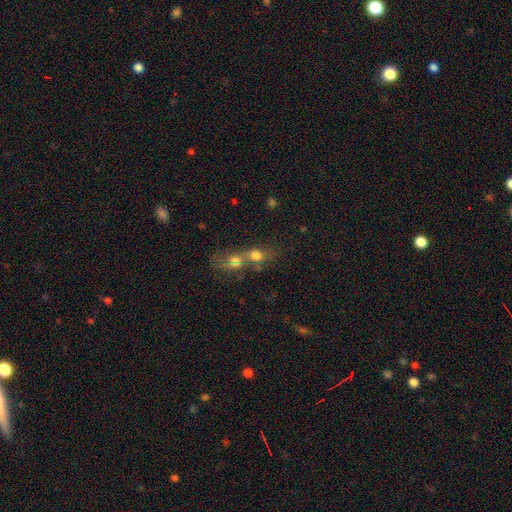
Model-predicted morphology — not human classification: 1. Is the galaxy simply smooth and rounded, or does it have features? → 62% smooth, 20% star or artifact, 18% featured or disk.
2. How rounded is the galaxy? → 51% round, 41% in between, 8% cigar-shaped.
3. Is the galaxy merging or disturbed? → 53% merger, 31% none, 9% minor disturbance, 7% major disturbance.